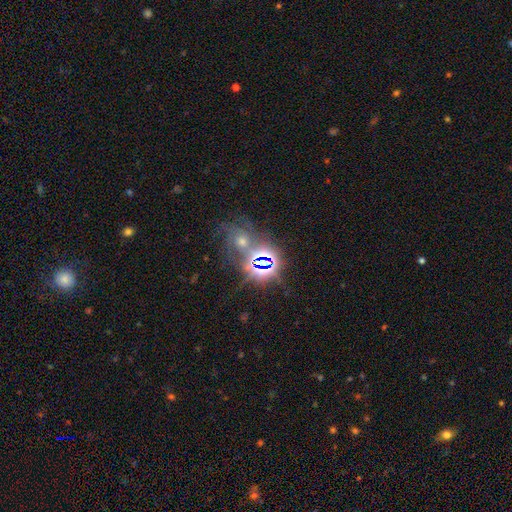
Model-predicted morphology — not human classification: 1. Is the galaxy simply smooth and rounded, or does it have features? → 55% star or artifact, 32% smooth, 13% featured or disk.